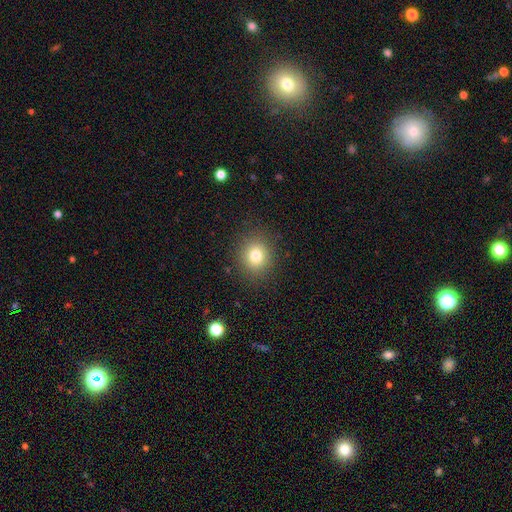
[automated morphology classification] smooth 79%, star or artifact 12%, featured or disk 9%. Down the decision tree: how rounded — round (80%); merging — none (88%).